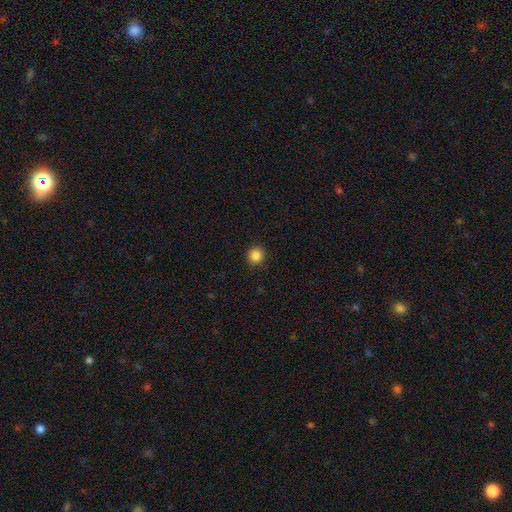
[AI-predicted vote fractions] smooth-or-featured: smooth: 86% | star or artifact: 11% | featured or disk: 3%
  how-rounded: round: 93% | in between: 6% | cigar-shaped: 1%
  merging: none: 92% | minor disturbance: 6% | major disturbance: 2% | merger: 1%